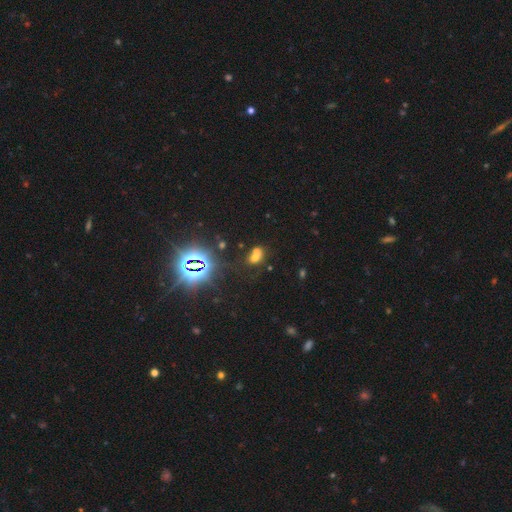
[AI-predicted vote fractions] Smooth or featured?
  - smooth: 50% *
  - star or artifact: 33%
  - featured or disk: 17%
Merging?
  - merger: 49% *
  - none: 30%
  - minor disturbance: 12%
  - major disturbance: 9%